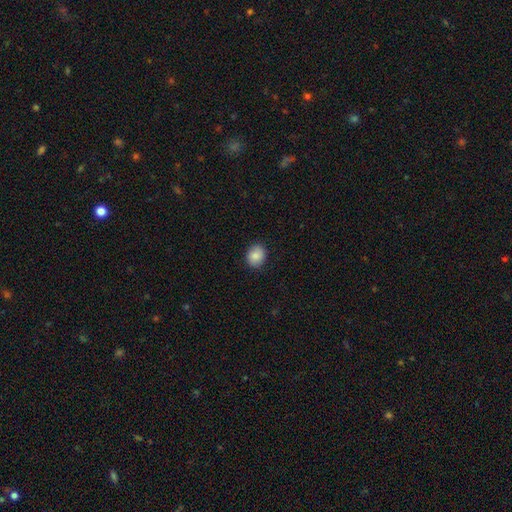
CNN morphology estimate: Smooth or featured?
  - smooth: 86% *
  - star or artifact: 8%
  - featured or disk: 5%
How rounded?
  - round: 65% *
  - in between: 34%
  - cigar-shaped: 1%
Merging?
  - none: 88% *
  - minor disturbance: 9%
  - major disturbance: 2%
  - merger: 1%